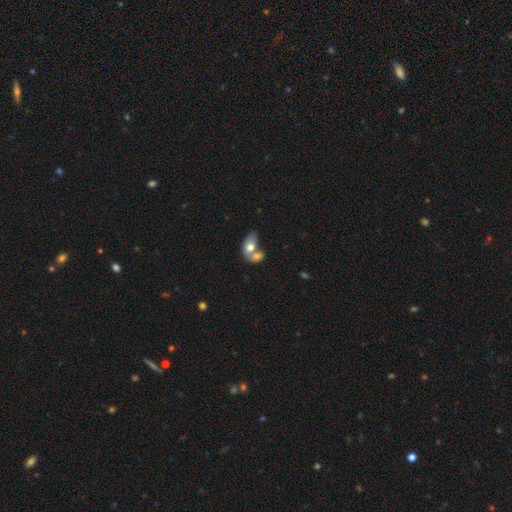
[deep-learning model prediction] A smooth galaxy with no disk features (66%) that is in between round and cigar-shaped (84%).

Vote fractions:
- Smooth or featured? smooth: 66% / featured or disk: 26% / star or artifact: 8%
- How rounded? in between: 84% / round: 13% / cigar-shaped: 3%
- Merging? merger: 66% / none: 21% / minor disturbance: 8% / major disturbance: 5%